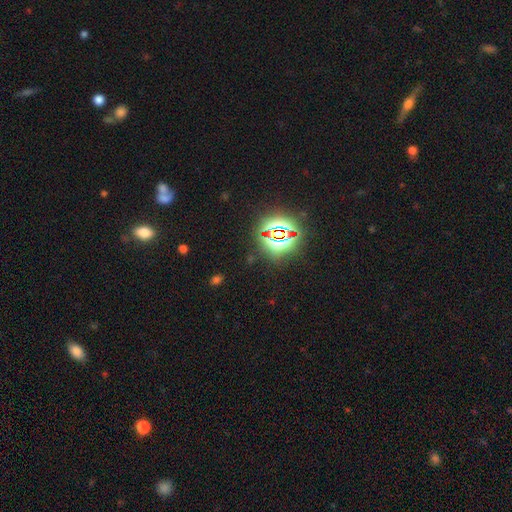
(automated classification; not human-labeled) Smooth or featured?
  - star or artifact: 79% *
  - smooth: 13%
  - featured or disk: 7%